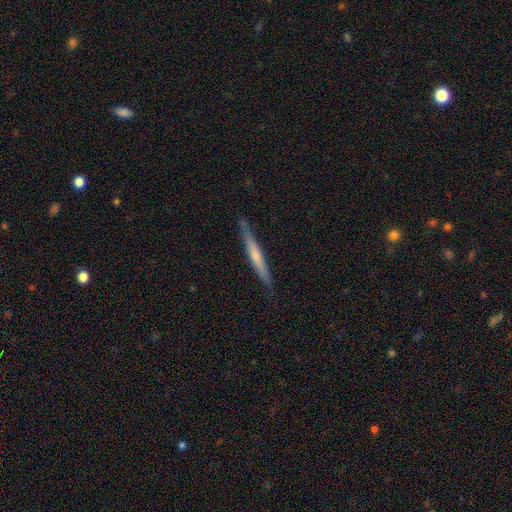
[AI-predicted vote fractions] Overall: smooth (50%; featured or disk 44%). How rounded: cigar-shaped (96%). Merging: none (86%).